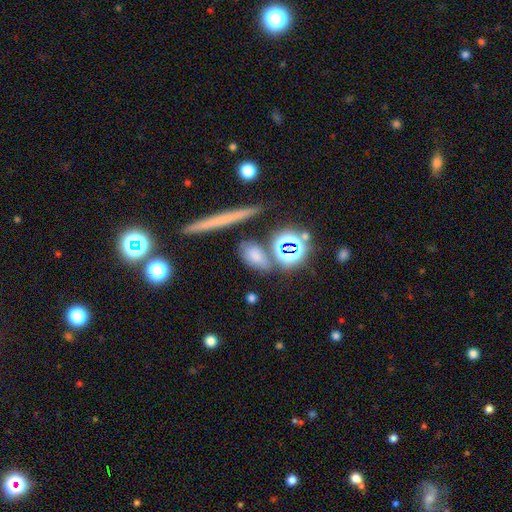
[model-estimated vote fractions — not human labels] A smooth galaxy with no disk features (65%) that is in between round and cigar-shaped (69%). Merging: none (69%).